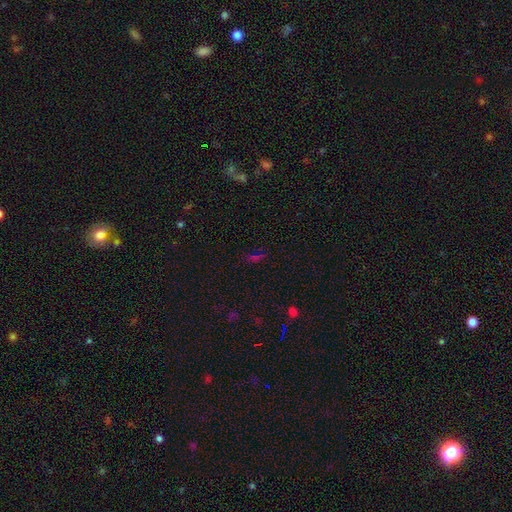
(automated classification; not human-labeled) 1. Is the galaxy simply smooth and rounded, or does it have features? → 55% star or artifact, 34% smooth, 10% featured or disk.